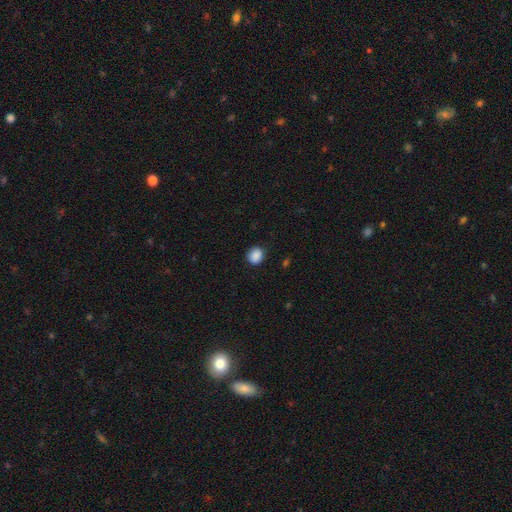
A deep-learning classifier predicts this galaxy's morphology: type=smooth (88%); roundness=round (74%); merging=none (87%).